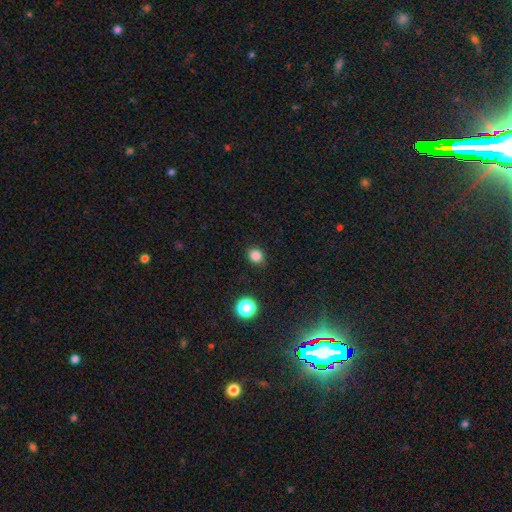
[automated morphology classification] smooth_or_featured: smooth (p=0.84) [alt: star or artifact p=0.13]
how_rounded: round (p=0.73) [alt: in between p=0.26]
merging: none (p=0.87) [alt: minor disturbance p=0.09]